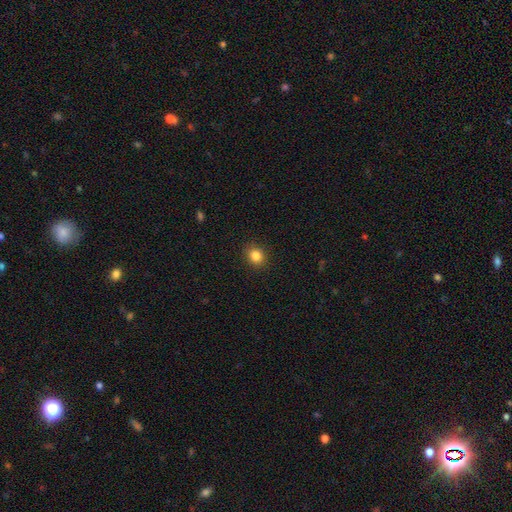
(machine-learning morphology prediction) type=smooth (85%); roundness=round (69%); merging=none (90%).